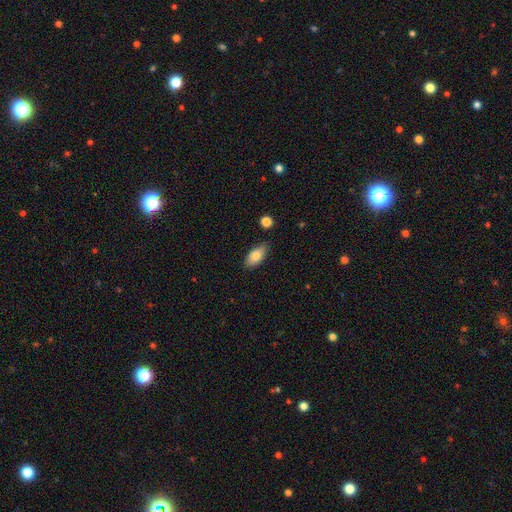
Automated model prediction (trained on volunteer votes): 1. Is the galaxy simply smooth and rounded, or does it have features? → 81% smooth, 12% featured or disk, 7% star or artifact.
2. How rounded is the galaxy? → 90% in between, 7% cigar-shaped, 3% round.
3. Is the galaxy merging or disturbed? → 79% none, 16% minor disturbance, 3% major disturbance, 2% merger.